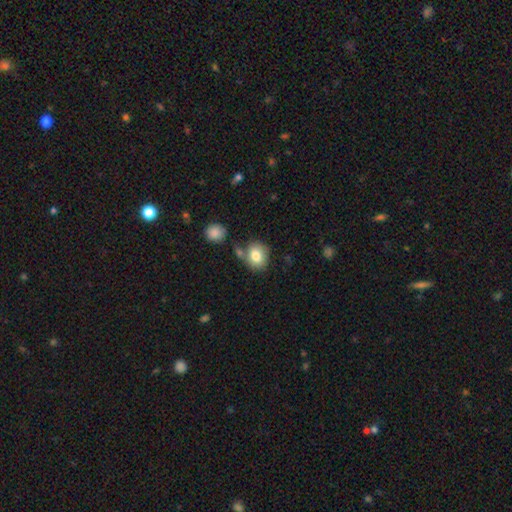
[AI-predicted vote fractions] This is clearly a smooth galaxy (81%). How rounded: likely round (61%). Merging: likely none (64%).